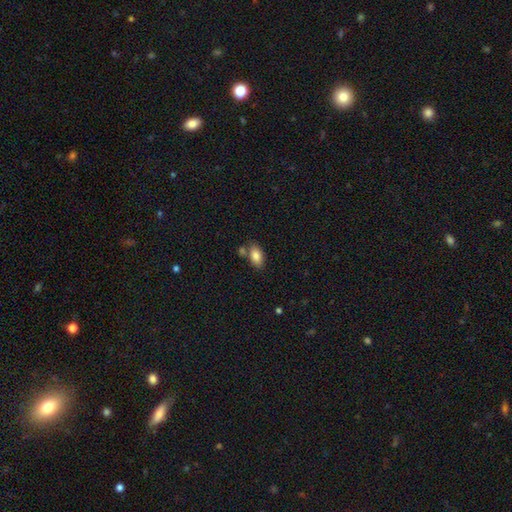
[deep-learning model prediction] Overall: smooth (82%). How rounded: in between (91%). Merging: none (66%).